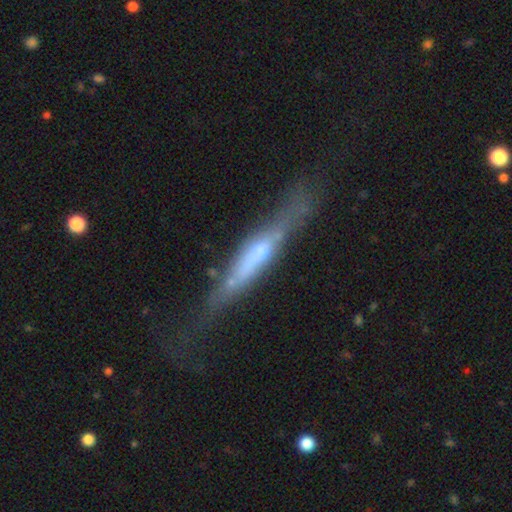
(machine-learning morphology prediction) Smooth or featured?
  - featured or disk: 66% *
  - smooth: 26%
  - star or artifact: 7%
Edge-on disk?
  - yes: 88% *
  - no: 12%
Edge-on bulge?
  - rounded: 53% *
  - none: 28%
  - boxy: 19%
Merging?
  - none: 59% *
  - minor disturbance: 24%
  - major disturbance: 12%
  - merger: 4%